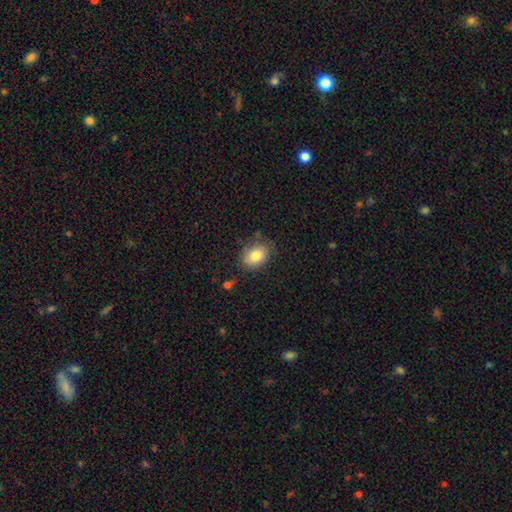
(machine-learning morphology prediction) Smooth or featured? Predicted: smooth (p=0.83). How rounded? Predicted: in between (p=0.73). Merging? Predicted: none (p=0.77).